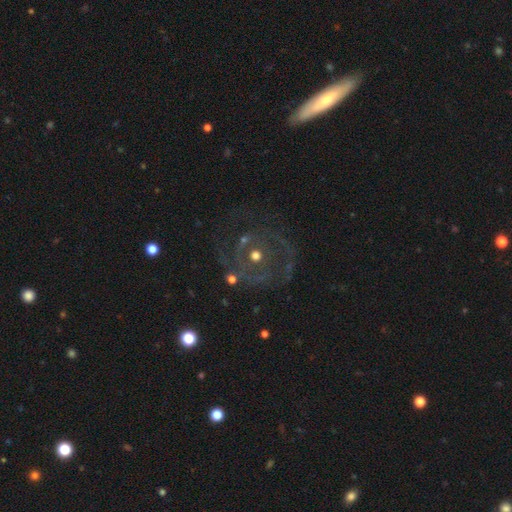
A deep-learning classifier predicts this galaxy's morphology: Smooth or featured: featured or disk — 64% (smooth — 23%)
Edge-on disk: no — 97% (yes — 3%)
Bar: no — 87% (weak — 10%)
Spiral arms: yes — 56% (no — 44%)
Bulge size: moderate — 63% (small — 26%)
Merging: none — 60% (major disturbance — 19%)